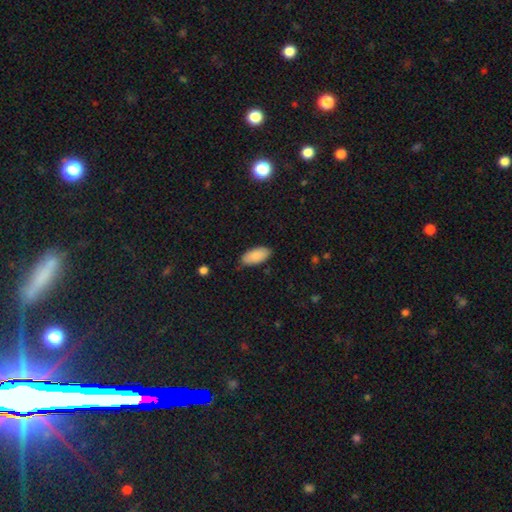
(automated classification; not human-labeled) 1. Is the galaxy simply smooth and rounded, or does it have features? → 89% smooth, 6% star or artifact, 5% featured or disk.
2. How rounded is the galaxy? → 93% in between, 6% cigar-shaped, 2% round.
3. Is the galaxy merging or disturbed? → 83% none, 14% minor disturbance, 2% major disturbance, 1% merger.